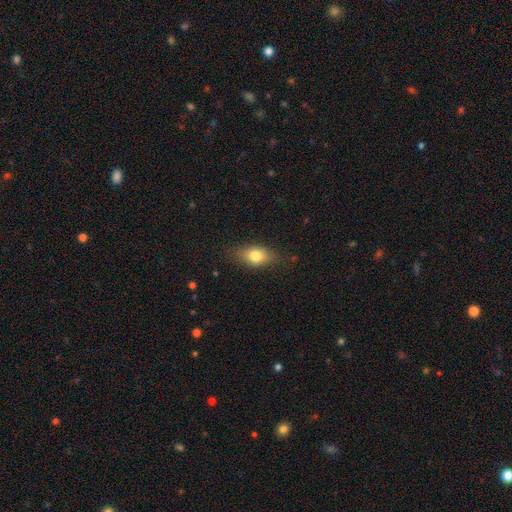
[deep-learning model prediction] smooth_or_featured: smooth (p=0.77) [alt: featured or disk p=0.14]
how_rounded: in between (p=0.80) [alt: round p=0.14]
merging: none (p=0.80) [alt: minor disturbance p=0.15]